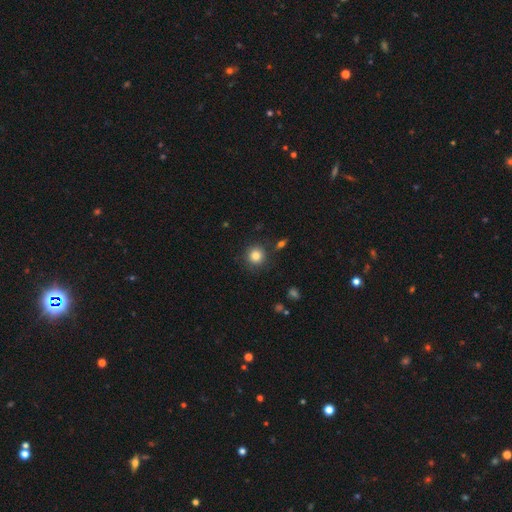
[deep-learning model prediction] A smooth galaxy with no disk features (84%) that is round (92%). Merging: none (85%).